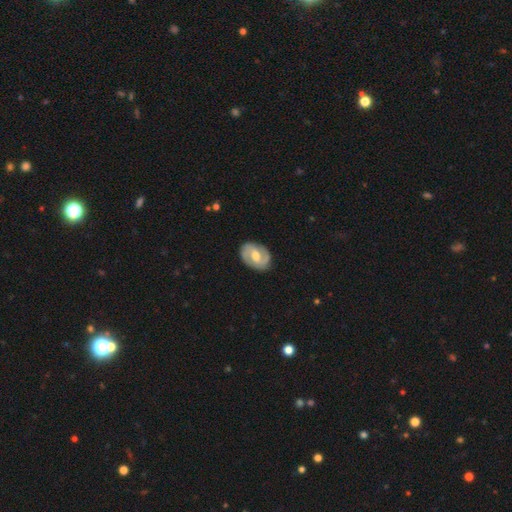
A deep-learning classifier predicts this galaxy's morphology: Overall: featured or disk (75%). Edge-on disk: no (97%). Bar: weak (50%; no 29%). Spiral arms: yes (86%). Spiral arm count: 2 (87%). Spiral winding: medium (45%; tight 40%). Bulge size: moderate (67%). Merging: none (84%).